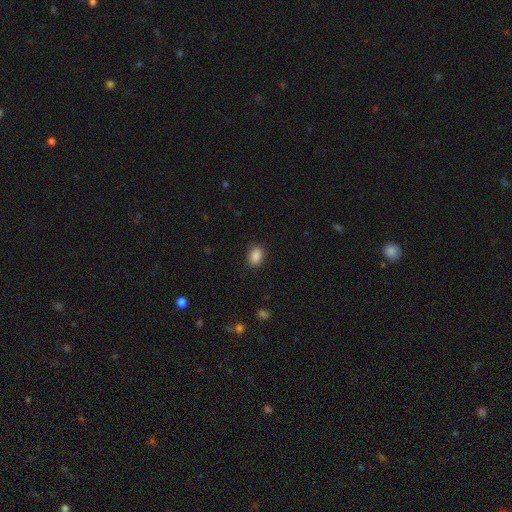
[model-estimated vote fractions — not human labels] Smooth or featured? Predicted: smooth (p=0.88). How rounded? Predicted: in between (p=0.82). Merging? Predicted: none (p=0.85).